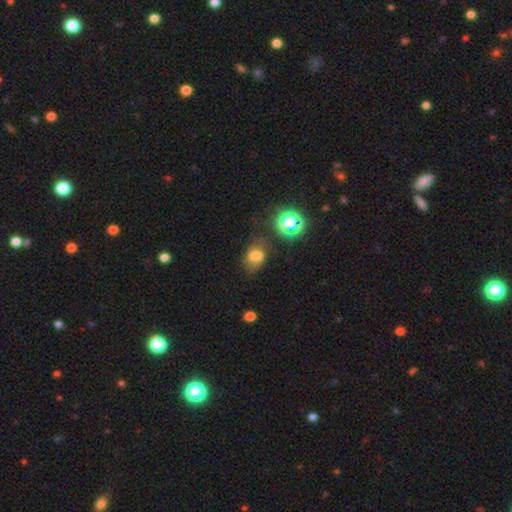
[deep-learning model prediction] Smooth or featured? smooth (59%)
How rounded? in between (71%)
Merging? none (48%)